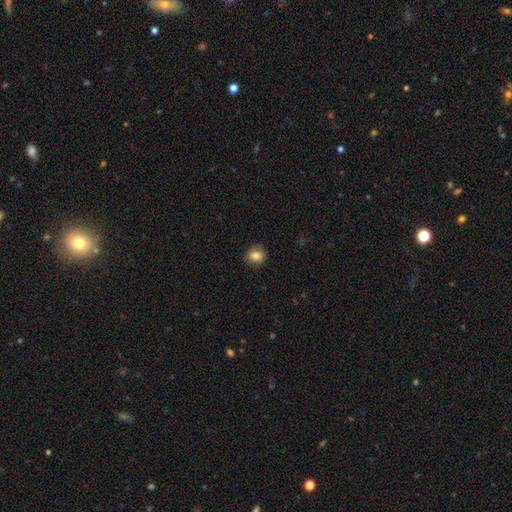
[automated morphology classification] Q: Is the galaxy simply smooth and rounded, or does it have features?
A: smooth — 82%.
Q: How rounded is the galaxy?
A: round — 79%.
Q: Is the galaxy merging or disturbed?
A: none — 88%.